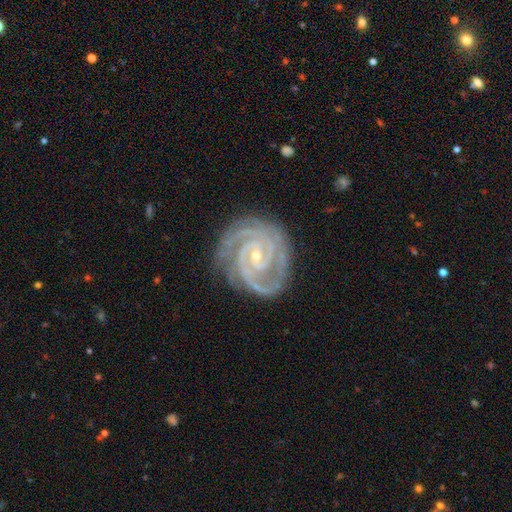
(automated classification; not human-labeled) smooth_or_featured: featured or disk (p=0.92) [alt: star or artifact p=0.05]
disk_edge_on: no (p=0.98) [alt: yes p=0.02]
bar: no (p=0.46) [alt: weak p=0.35]
has_spiral_arms: yes (p=0.99) [alt: no p=0.01]
spiral_winding: tight (p=0.78) [alt: medium p=0.20]
spiral_arm_count: 2 (p=0.52) [alt: 3 p=0.27]
bulge_size: small (p=0.75) [alt: moderate p=0.22]
merging: none (p=0.79) [alt: minor disturbance p=0.15]